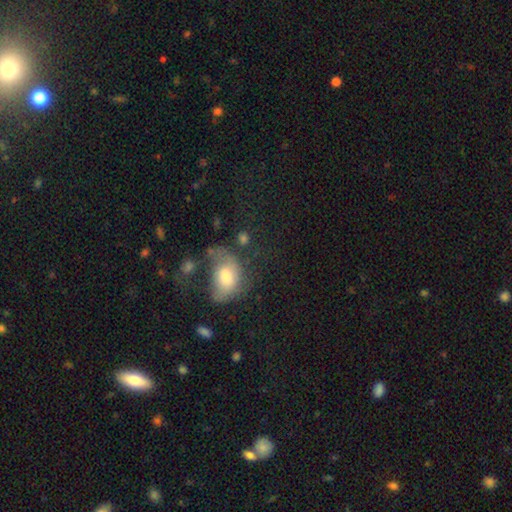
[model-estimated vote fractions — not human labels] A smooth galaxy with no disk features (50%).

Vote fractions:
- Smooth or featured? smooth: 50% / featured or disk: 30% / star or artifact: 20%
- Merging? none: 46% / major disturbance: 25% / minor disturbance: 22% / merger: 7%